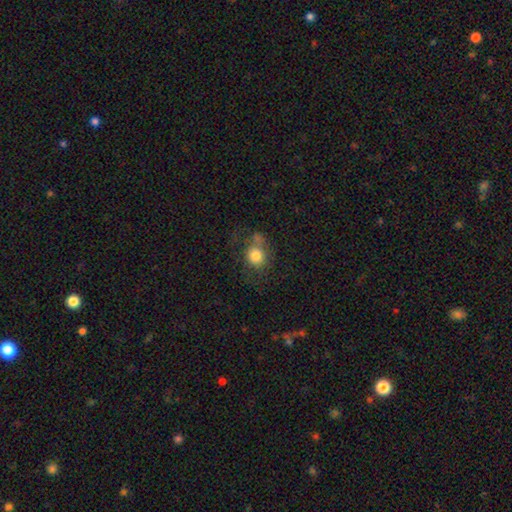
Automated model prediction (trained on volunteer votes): smooth_or_featured: smooth (p=0.77) [alt: featured or disk p=0.13]
how_rounded: round (p=0.72) [alt: in between p=0.27]
merging: none (p=0.50) [alt: minor disturbance p=0.23]